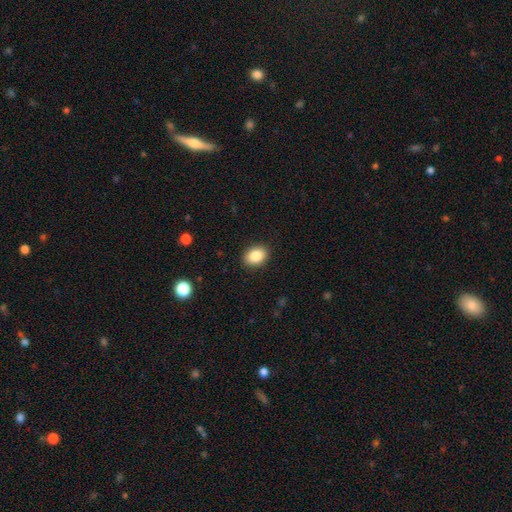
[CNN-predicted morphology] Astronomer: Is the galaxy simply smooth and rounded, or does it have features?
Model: smooth — 87%.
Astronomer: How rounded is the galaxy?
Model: in between — 71%.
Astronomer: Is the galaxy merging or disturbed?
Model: none — 90%.